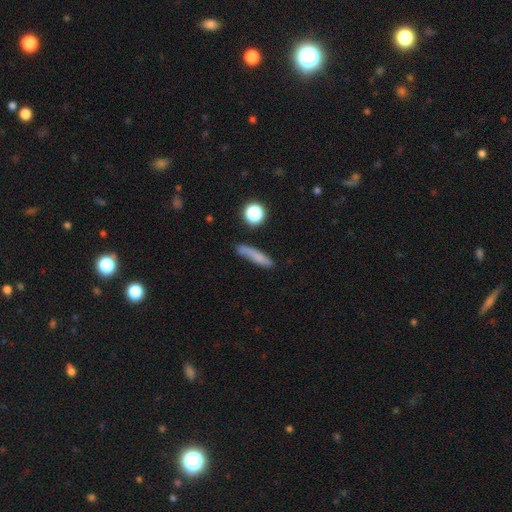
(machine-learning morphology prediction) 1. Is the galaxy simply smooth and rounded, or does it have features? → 70% smooth, 19% featured or disk, 11% star or artifact.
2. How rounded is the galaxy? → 80% cigar-shaped, 15% in between, 5% round.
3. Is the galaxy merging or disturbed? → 67% none, 21% minor disturbance, 6% major disturbance, 5% merger.